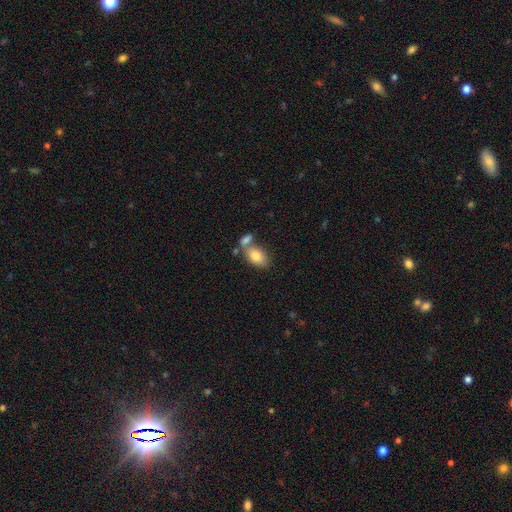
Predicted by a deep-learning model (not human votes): A smooth galaxy with no disk features (81%) that is in between round and cigar-shaped (90%). Merging: none (46%).